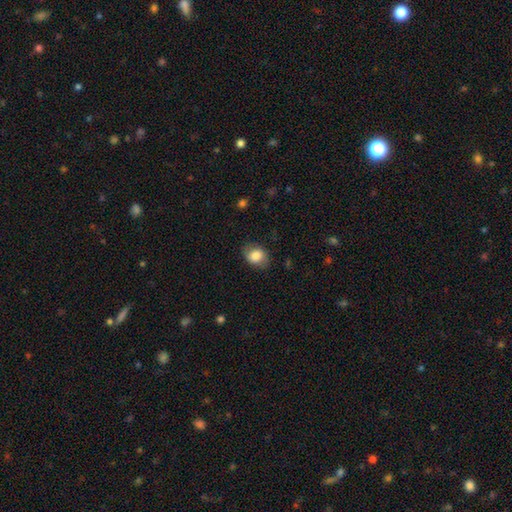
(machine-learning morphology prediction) This is clearly a smooth galaxy (81%). How rounded: likely in between (67%). Merging: likely none (80%).